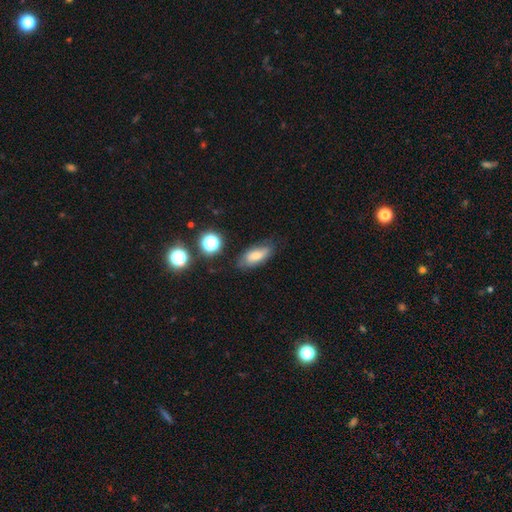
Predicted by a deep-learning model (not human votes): Q: Smooth or featured?
A: smooth (71%); runner-up: featured or disk (18%)
Q: How rounded?
A: in between (80%); runner-up: cigar-shaped (15%)
Q: Merging?
A: none (73%); runner-up: minor disturbance (20%)